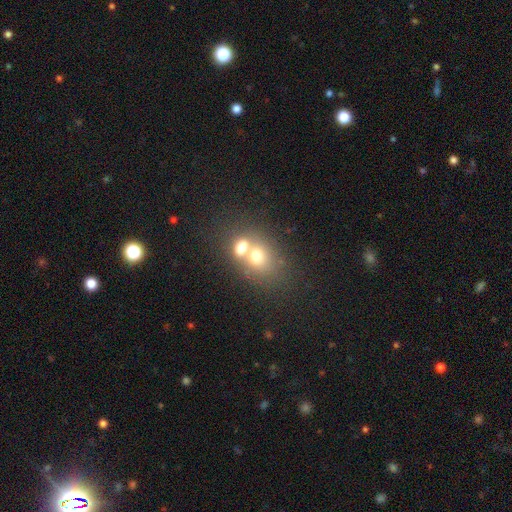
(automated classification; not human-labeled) A smooth galaxy with no disk features (64%) that is round (52%). Merging: merger (65%).